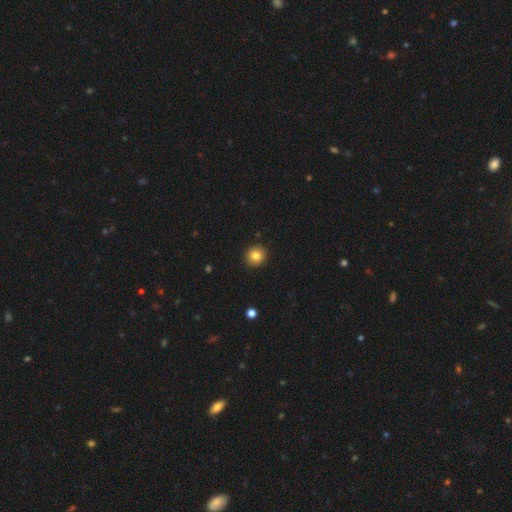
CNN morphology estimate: smooth 83%, star or artifact 11%, featured or disk 7%. Down the decision tree: how rounded — round (90%); merging — none (92%).